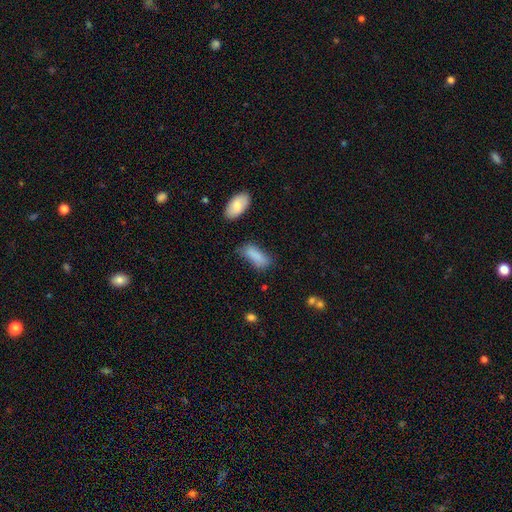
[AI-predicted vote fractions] A smooth galaxy with no disk features (84%) that is in between round and cigar-shaped (75%). Merging: none (57%).